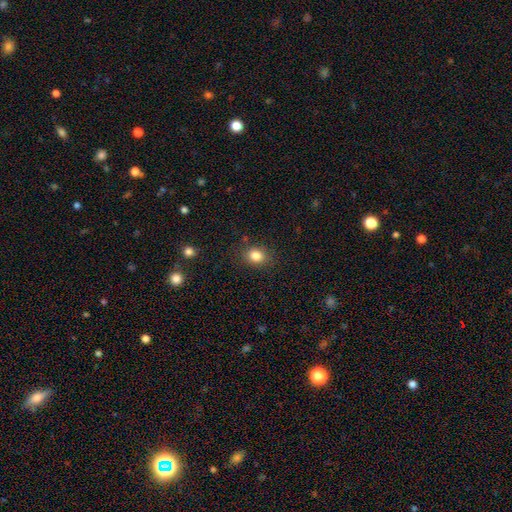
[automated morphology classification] smooth_or_featured: smooth (p=0.83) [alt: star or artifact p=0.11]
how_rounded: round (p=0.59) [alt: in between p=0.40]
merging: none (p=0.84) [alt: minor disturbance p=0.11]